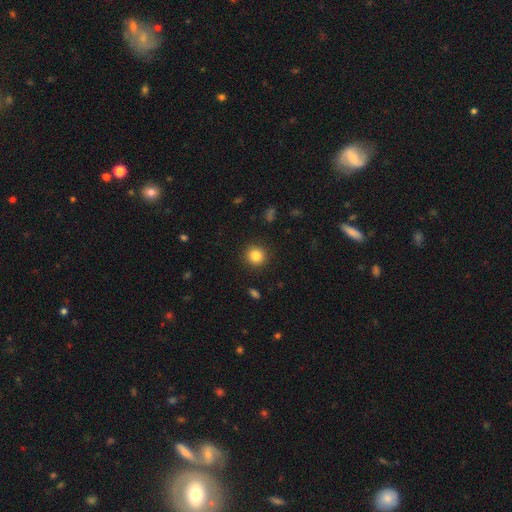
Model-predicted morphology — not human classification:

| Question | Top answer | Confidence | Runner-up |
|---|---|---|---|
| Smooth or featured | smooth | 83% | star or artifact (11%) |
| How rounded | round | 92% | in between (7%) |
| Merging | none | 91% | minor disturbance (6%) |